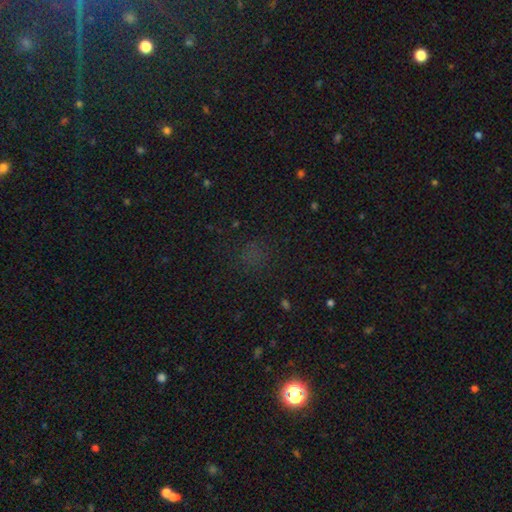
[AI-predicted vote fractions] Smooth or featured?
  - star or artifact: 48% *
  - smooth: 44%
  - featured or disk: 9%